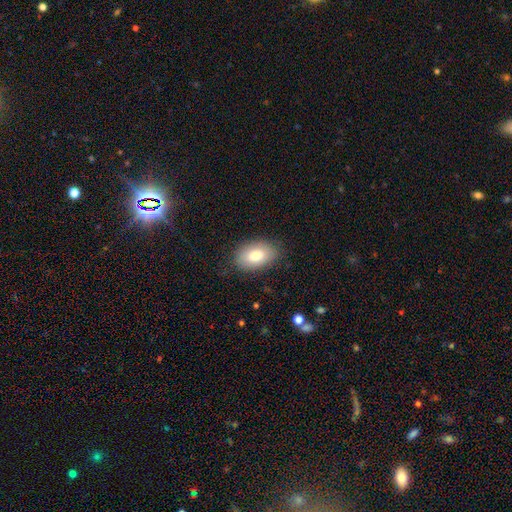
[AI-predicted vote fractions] smooth 80%, featured or disk 13%, star or artifact 7%. Down the decision tree: how rounded — in between (90%); merging — none (84%).